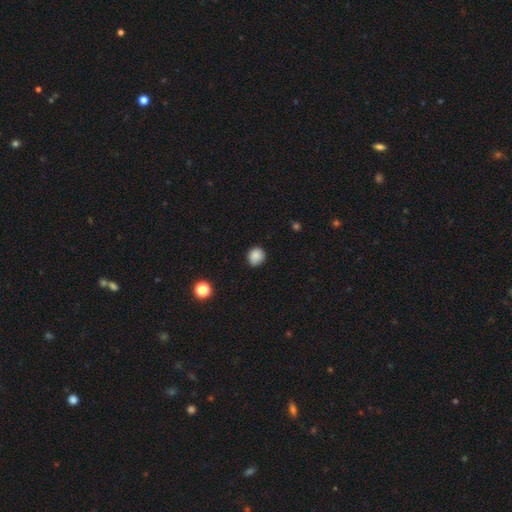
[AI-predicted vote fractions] A smooth galaxy with no disk features (86%) that is round (81%). Merging: none (81%).